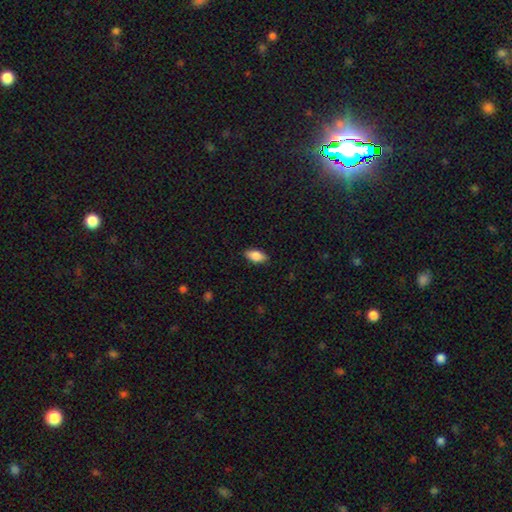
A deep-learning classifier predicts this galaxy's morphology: smooth_or_featured: smooth (p=0.85) [alt: featured or disk p=0.09]
how_rounded: in between (p=0.90) [alt: cigar-shaped p=0.07]
merging: none (p=0.86) [alt: minor disturbance p=0.11]